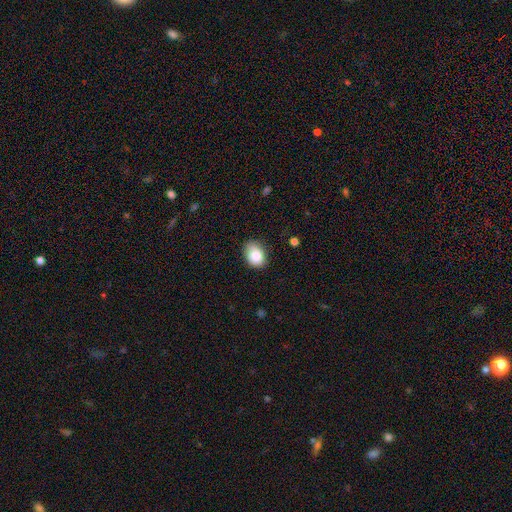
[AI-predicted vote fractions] Overall: smooth (86%). How rounded: in between (74%). Merging: none (70%).